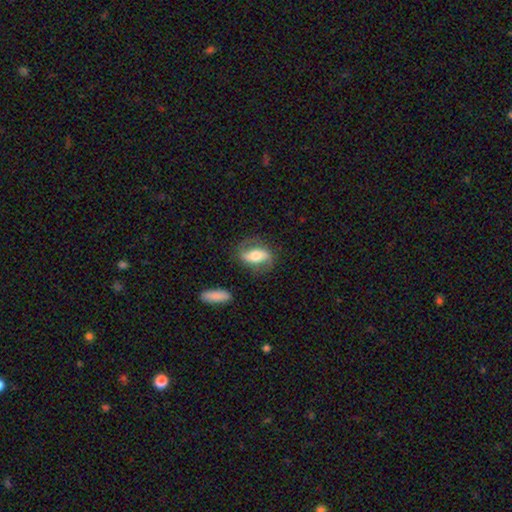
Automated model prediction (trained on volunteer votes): smooth-or-featured: featured or disk: 51% | smooth: 42% | star or artifact: 7%
  disk-edge-on: no: 82% | yes: 18%
  merging: none: 72% | minor disturbance: 17% | major disturbance: 8% | merger: 3%